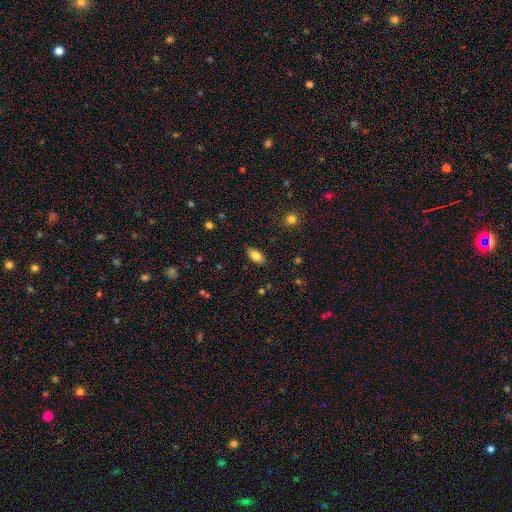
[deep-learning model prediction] Smooth or featured?
  - smooth: 82% *
  - featured or disk: 10%
  - star or artifact: 8%
How rounded?
  - in between: 91% *
  - cigar-shaped: 4%
  - round: 4%
Merging?
  - none: 84% *
  - minor disturbance: 12%
  - major disturbance: 2%
  - merger: 1%